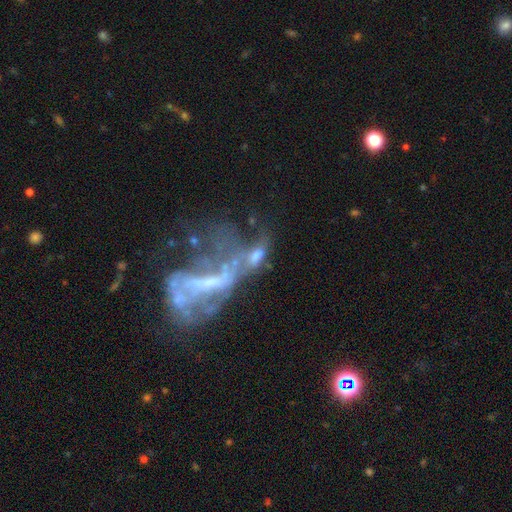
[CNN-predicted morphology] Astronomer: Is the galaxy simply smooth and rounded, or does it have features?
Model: featured or disk — 51% (runner-up: smooth, 30%).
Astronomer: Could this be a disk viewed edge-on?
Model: no — 87%.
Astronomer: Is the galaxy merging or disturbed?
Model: merger — 45% (runner-up: major disturbance, 29%).